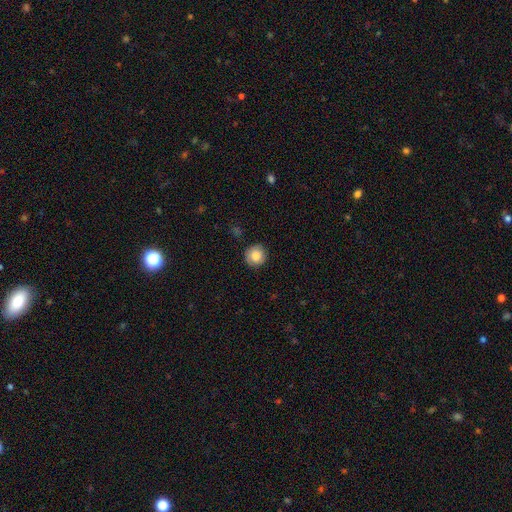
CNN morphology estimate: Overall: smooth (83%). How rounded: round (93%). Merging: none (86%).